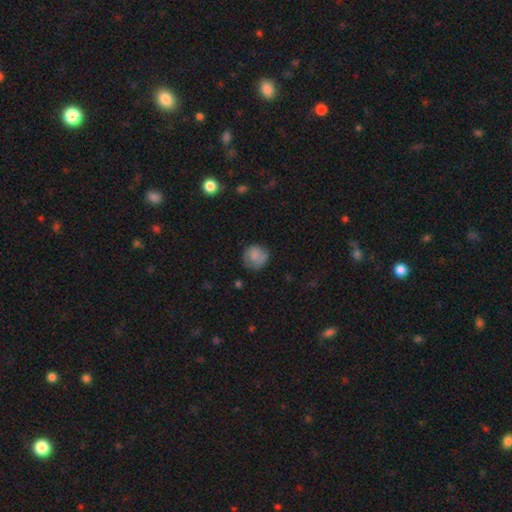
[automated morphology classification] A smooth galaxy with no disk features (75%) that is round (86%). Merging: none (69%).